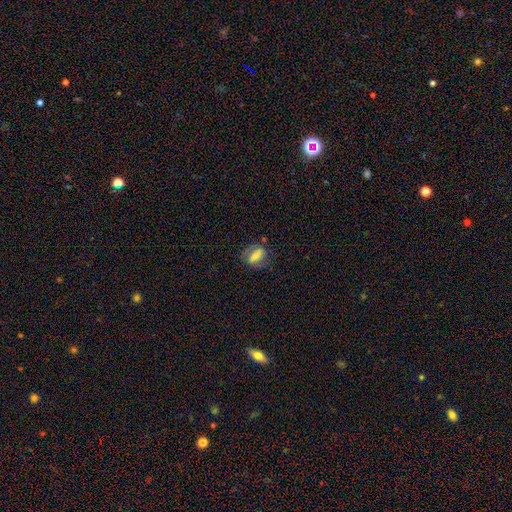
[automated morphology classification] Smooth or featured? smooth (58%)
How rounded? in between (72%)
Merging? none (67%)